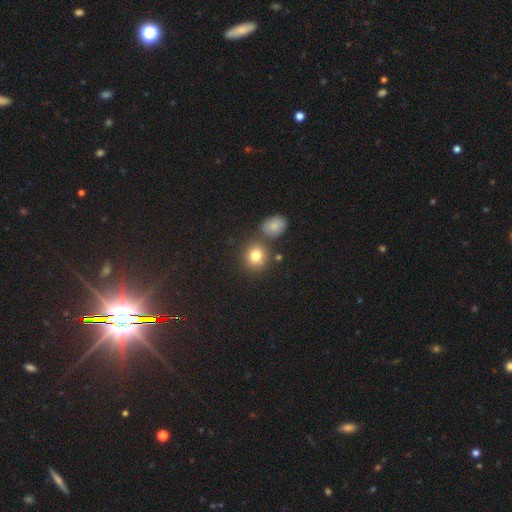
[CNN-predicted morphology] A smooth galaxy with no disk features (80%) that is round (80%). Merging: none (72%).